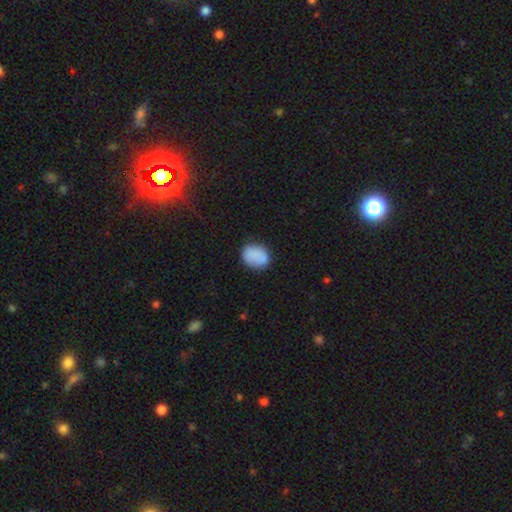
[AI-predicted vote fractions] Smooth or featured: smooth — 84% (featured or disk — 9%)
How rounded: round — 55% (in between — 44%)
Merging: none — 74% (minor disturbance — 18%)